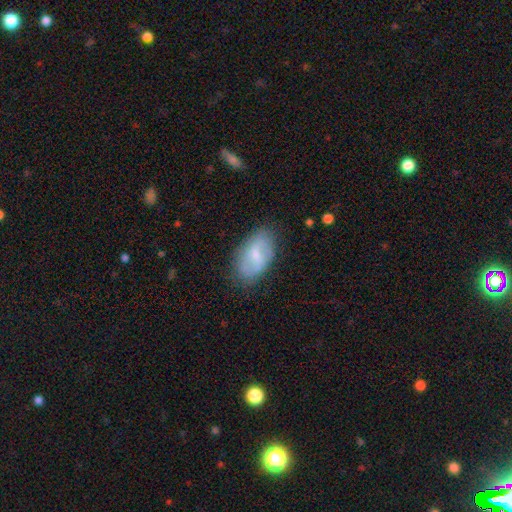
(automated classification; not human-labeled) Smooth or featured?
  - smooth: 51% *
  - featured or disk: 42%
  - star or artifact: 7%
How rounded?
  - in between: 93% *
  - round: 5%
  - cigar-shaped: 2%
Merging?
  - none: 73% *
  - minor disturbance: 20%
  - major disturbance: 6%
  - merger: 1%